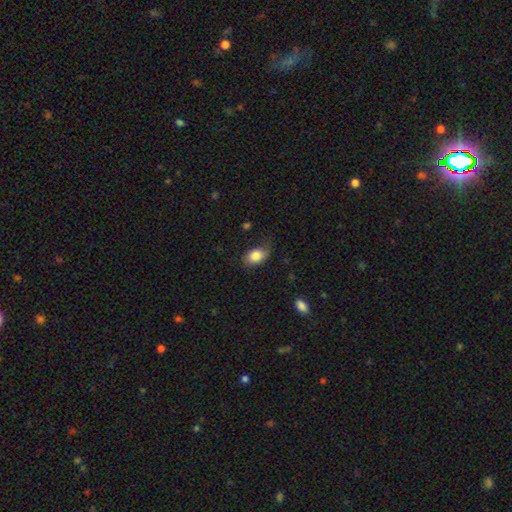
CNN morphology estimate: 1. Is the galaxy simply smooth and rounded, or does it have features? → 84% smooth, 8% featured or disk, 7% star or artifact.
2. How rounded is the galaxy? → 85% in between, 14% round, 1% cigar-shaped.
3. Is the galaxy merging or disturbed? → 67% none, 24% minor disturbance, 7% major disturbance, 1% merger.